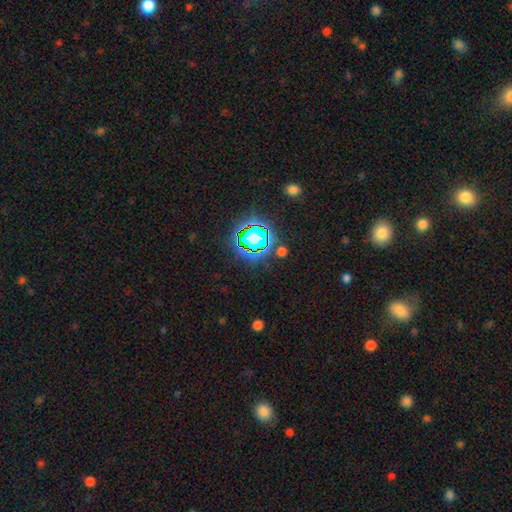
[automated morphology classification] smooth-or-featured: star or artifact: 79% | smooth: 14% | featured or disk: 7%